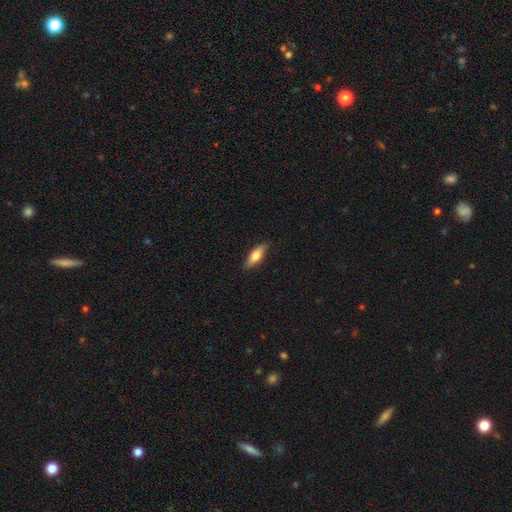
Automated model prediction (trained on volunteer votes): Smooth or featured? smooth (67%)
How rounded? in between (61%)
Merging? none (85%)